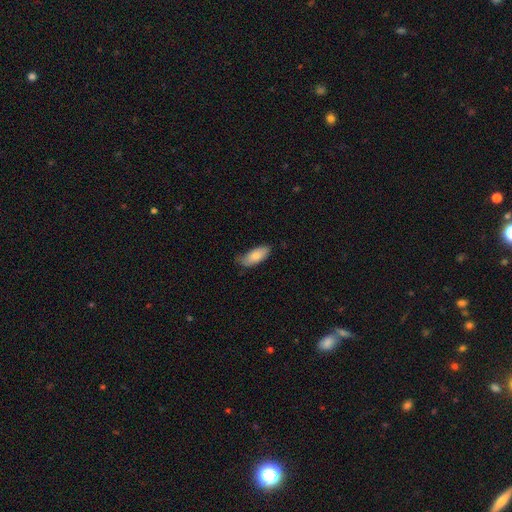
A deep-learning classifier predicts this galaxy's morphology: smooth 81%, featured or disk 13%, star or artifact 6%. Down the decision tree: how rounded — in between (85%); merging — none (63%).